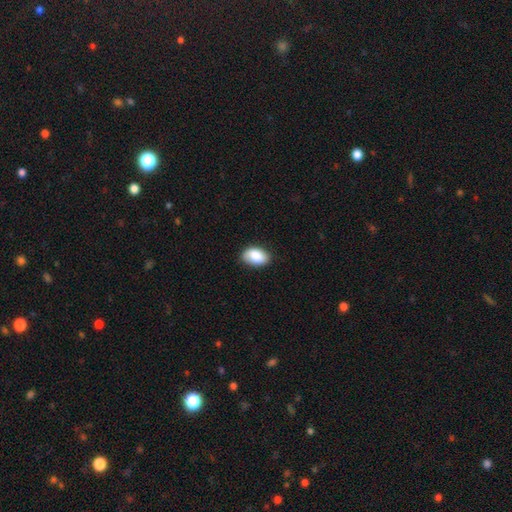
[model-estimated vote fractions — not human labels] Smooth or featured? Predicted: smooth (p=0.85). How rounded? Predicted: in between (p=0.90). Merging? Predicted: none (p=0.81).